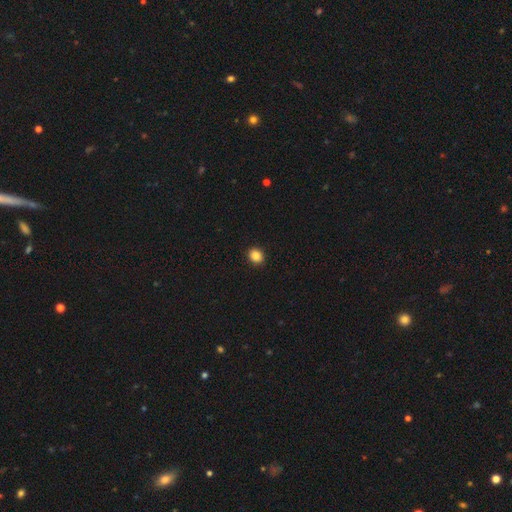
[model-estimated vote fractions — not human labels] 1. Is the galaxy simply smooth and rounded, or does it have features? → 86% smooth, 10% star or artifact, 4% featured or disk.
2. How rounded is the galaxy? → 70% round, 29% in between, 1% cigar-shaped.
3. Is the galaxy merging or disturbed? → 92% none, 6% minor disturbance, 2% major disturbance, 1% merger.